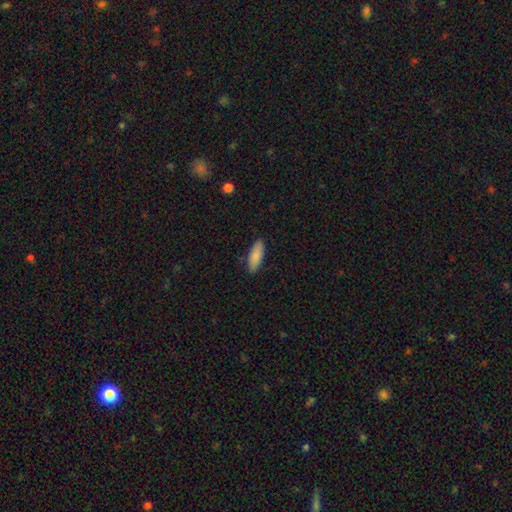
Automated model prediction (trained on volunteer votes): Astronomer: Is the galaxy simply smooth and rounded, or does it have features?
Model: smooth — 87%.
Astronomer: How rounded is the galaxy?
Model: in between — 69%.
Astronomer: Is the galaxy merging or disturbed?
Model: none — 86%.